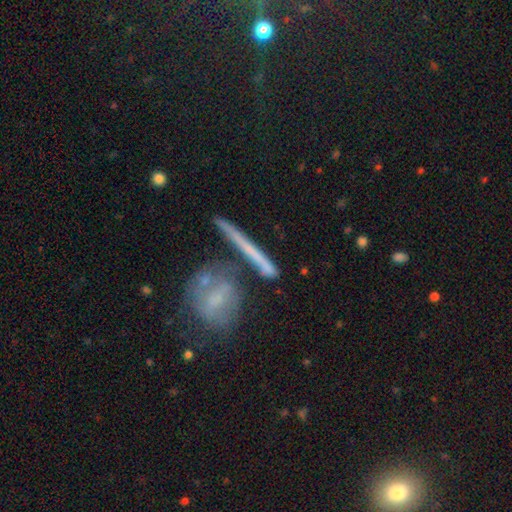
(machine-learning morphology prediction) A featured or disk galaxy (47%). Merging: none (69%).